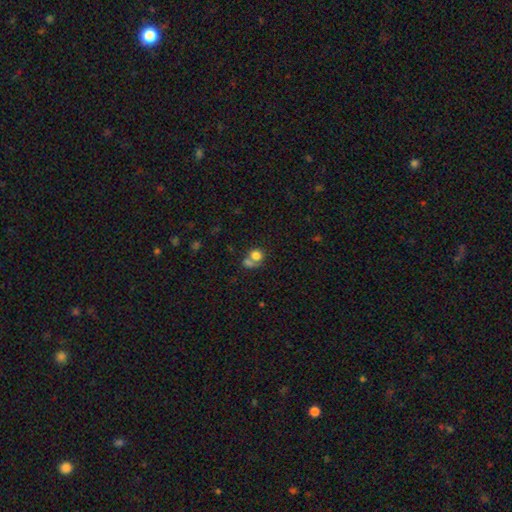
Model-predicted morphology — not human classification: Q: Smooth or featured?
A: smooth (76%); runner-up: featured or disk (12%)
Q: How rounded?
A: round (72%); runner-up: in between (27%)
Q: Merging?
A: merger (48%); runner-up: none (36%)